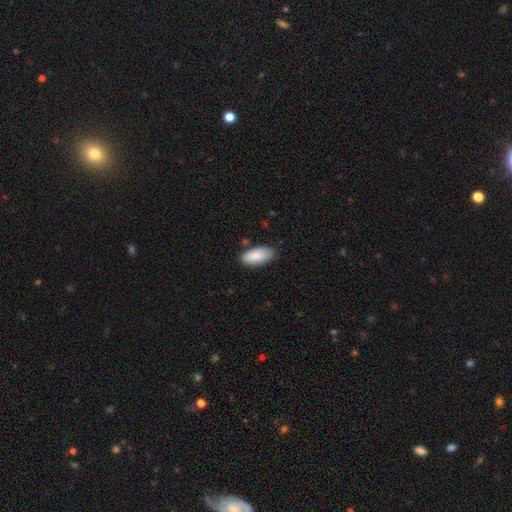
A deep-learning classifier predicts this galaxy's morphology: A smooth galaxy with no disk features (87%) that is in between round and cigar-shaped (93%).

Vote fractions:
- Smooth or featured? smooth: 87% / featured or disk: 7% / star or artifact: 6%
- How rounded? in between: 93% / cigar-shaped: 6% / round: 2%
- Merging? none: 82% / minor disturbance: 14% / major disturbance: 2% / merger: 2%